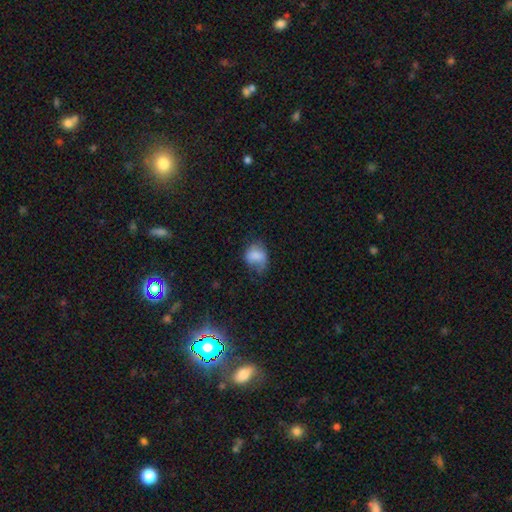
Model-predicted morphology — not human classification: smooth_or_featured: smooth (p=0.73) [alt: featured or disk p=0.18]
how_rounded: in between (p=0.53) [alt: round p=0.46]
merging: none (p=0.43) [alt: minor disturbance p=0.34]